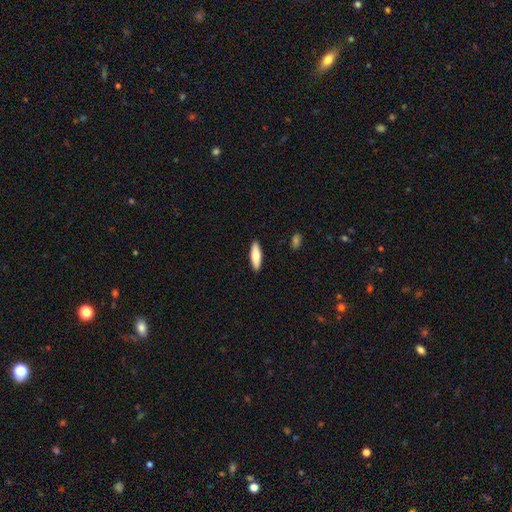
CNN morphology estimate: Smooth or featured: smooth — 79% (featured or disk — 16%)
How rounded: cigar-shaped — 53% (in between — 45%)
Merging: none — 91% (minor disturbance — 7%)